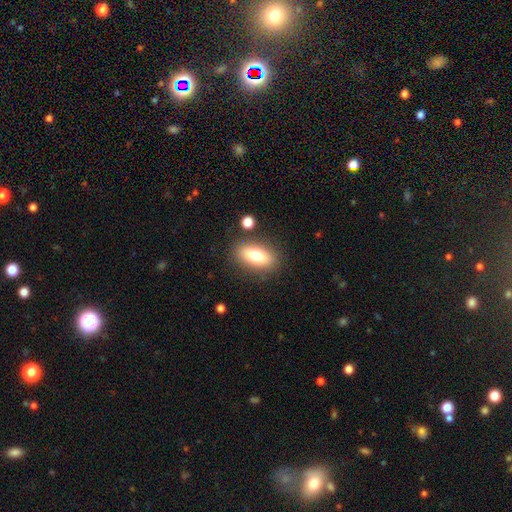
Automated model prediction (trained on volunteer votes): Smooth or featured?
  - smooth: 75% *
  - featured or disk: 16%
  - star or artifact: 8%
How rounded?
  - in between: 83% *
  - cigar-shaped: 12%
  - round: 5%
Merging?
  - none: 83% *
  - minor disturbance: 10%
  - major disturbance: 4%
  - merger: 3%